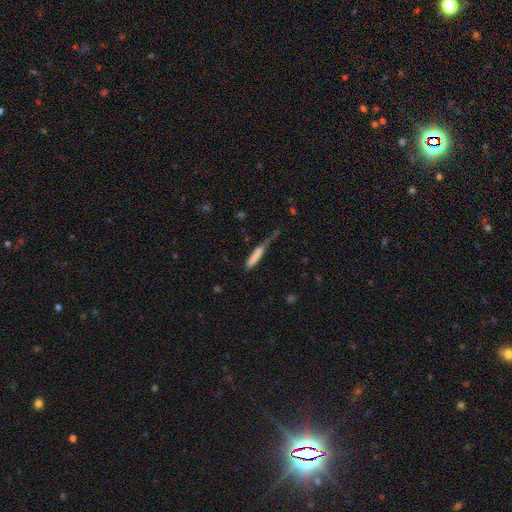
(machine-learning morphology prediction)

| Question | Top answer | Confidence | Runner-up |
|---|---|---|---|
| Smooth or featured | smooth | 74% | featured or disk (18%) |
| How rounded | cigar-shaped | 89% | in between (9%) |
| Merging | none | 38% | minor disturbance (32%) |